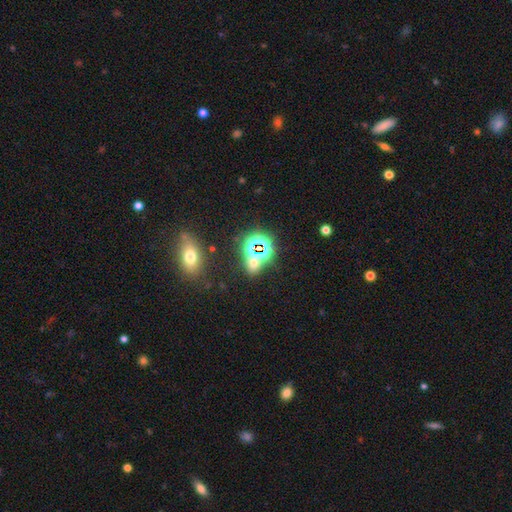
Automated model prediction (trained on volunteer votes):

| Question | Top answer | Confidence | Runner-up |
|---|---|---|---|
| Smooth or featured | star or artifact | 65% | smooth (26%) |